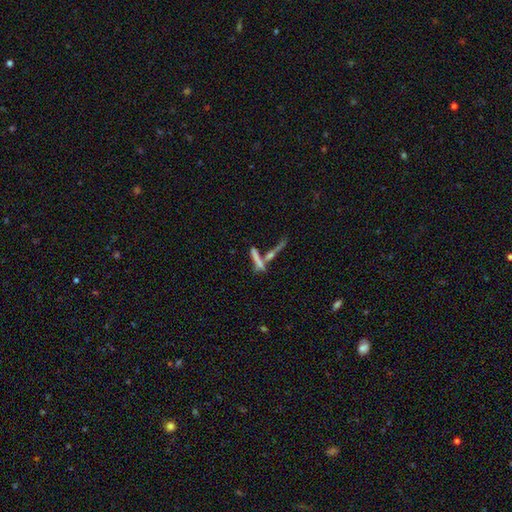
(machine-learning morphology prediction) This appears to be a featured or disk galaxy (43%, tied with smooth). Merging: merger (42%).